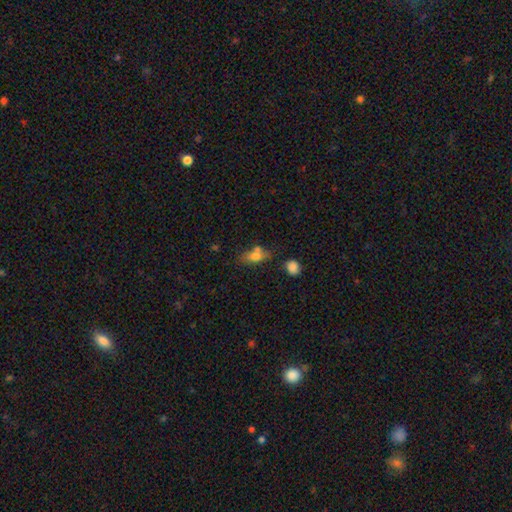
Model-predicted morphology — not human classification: A smooth galaxy with no disk features (71%) that is in between round and cigar-shaped (75%).

Vote fractions:
- Smooth or featured? smooth: 71% / featured or disk: 19% / star or artifact: 10%
- How rounded? in between: 75% / cigar-shaped: 16% / round: 8%
- Merging? none: 53% / merger: 21% / minor disturbance: 19% / major disturbance: 7%